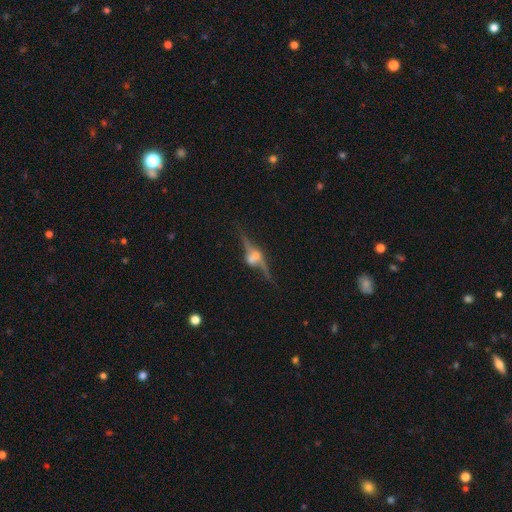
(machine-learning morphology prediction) smooth_or_featured: featured or disk (p=0.81) [alt: smooth p=0.10]
disk_edge_on: yes (p=0.91) [alt: no p=0.09]
edge_on_bulge: rounded (p=0.89) [alt: boxy p=0.07]
merging: none (p=0.69) [alt: minor disturbance p=0.13]